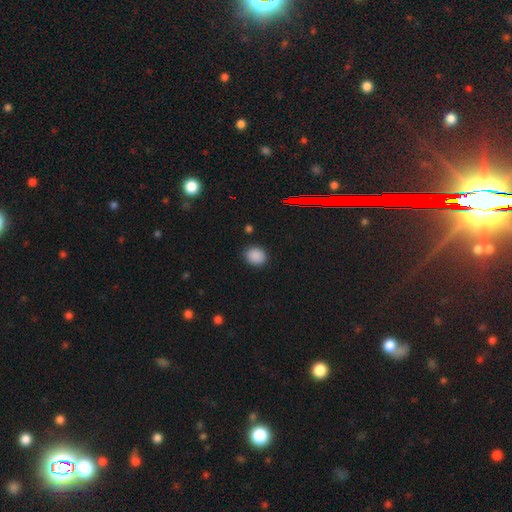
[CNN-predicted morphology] This appears to be a smooth galaxy with no disk features (85%) that is round (73%). Merging: none (88%).